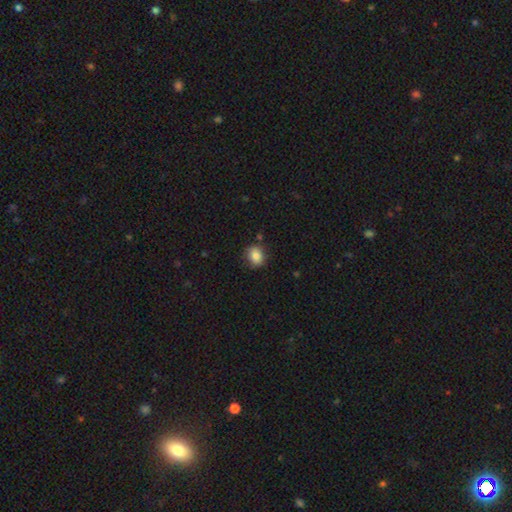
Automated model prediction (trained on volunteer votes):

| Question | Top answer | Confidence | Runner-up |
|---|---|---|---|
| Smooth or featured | smooth | 83% | star or artifact (9%) |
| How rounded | round | 55% | in between (44%) |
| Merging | none | 79% | minor disturbance (15%) |